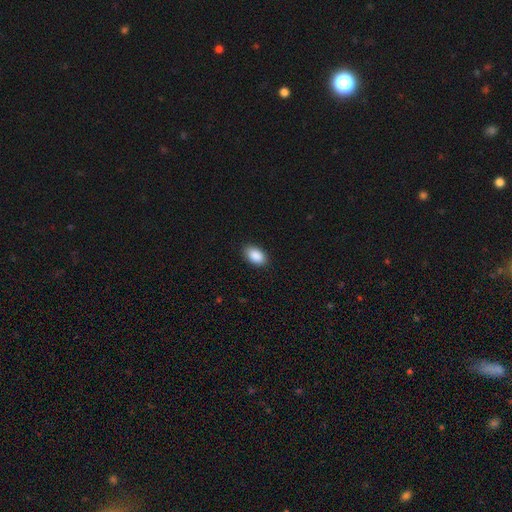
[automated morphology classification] type=smooth (90%); roundness=in between (93%); merging=none (88%).